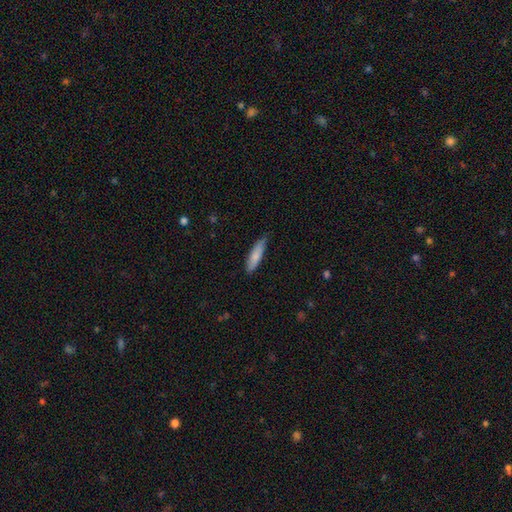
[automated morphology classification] This is likely a smooth galaxy (79%). How rounded: likely cigar-shaped (73%). Merging: likely none (77%).